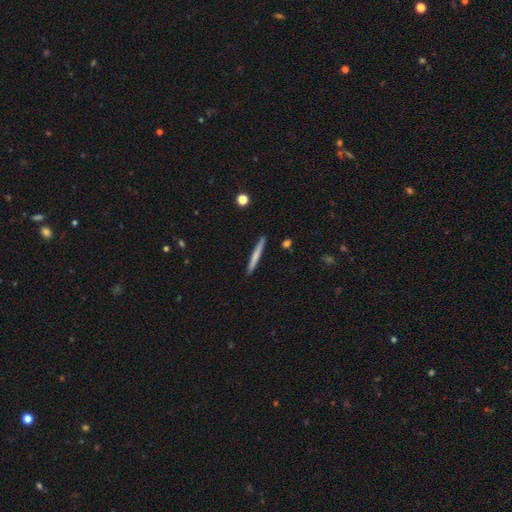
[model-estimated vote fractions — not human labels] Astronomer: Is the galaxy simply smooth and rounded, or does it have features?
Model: smooth — 64%.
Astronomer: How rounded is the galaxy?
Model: cigar-shaped — 97%.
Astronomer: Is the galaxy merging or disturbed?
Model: none — 91%.